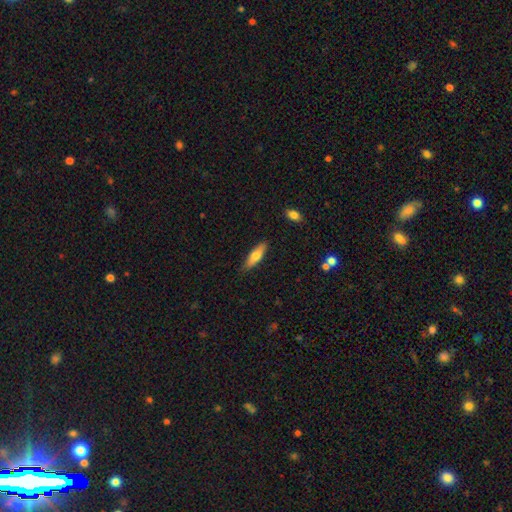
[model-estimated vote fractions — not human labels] A smooth galaxy with no disk features (70%) that is cigar-shaped (55%). Merging: none (84%).